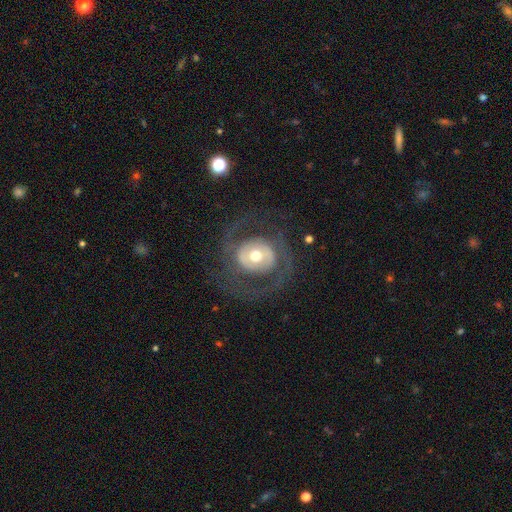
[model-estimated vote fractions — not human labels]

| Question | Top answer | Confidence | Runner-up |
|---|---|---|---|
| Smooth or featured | featured or disk | 74% | smooth (20%) |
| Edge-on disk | no | 97% | yes (3%) |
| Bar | no | 62% | weak (26%) |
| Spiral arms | yes | 65% | no (35%) |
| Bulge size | moderate | 68% | small (19%) |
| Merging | none | 68% | major disturbance (18%) |